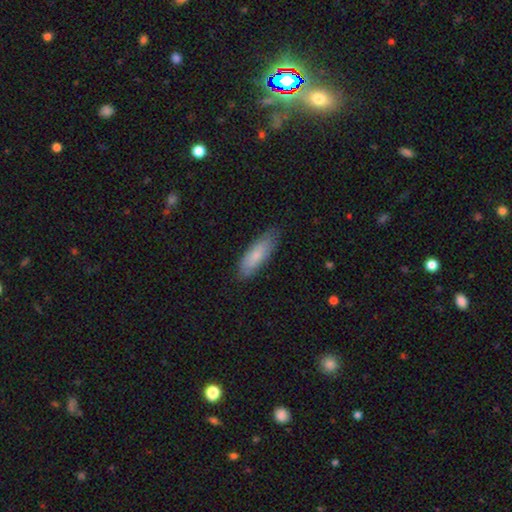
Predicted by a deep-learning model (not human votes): A smooth galaxy with no disk features (79%) that is in between round and cigar-shaped (51%). Merging: none (80%).